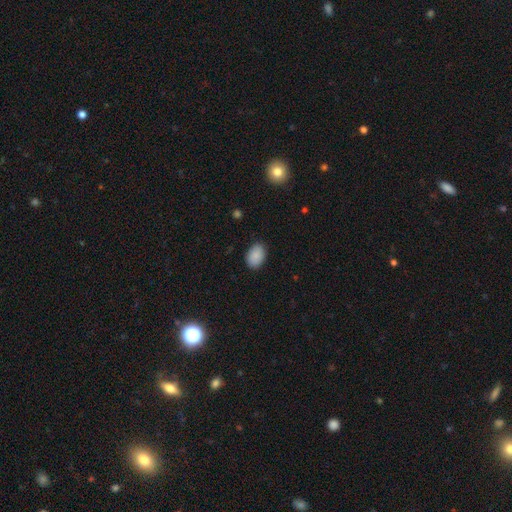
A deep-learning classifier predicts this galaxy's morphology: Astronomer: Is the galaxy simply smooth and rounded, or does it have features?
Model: smooth — 89%.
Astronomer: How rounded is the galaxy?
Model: in between — 82%.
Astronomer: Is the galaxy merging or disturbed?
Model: none — 84%.